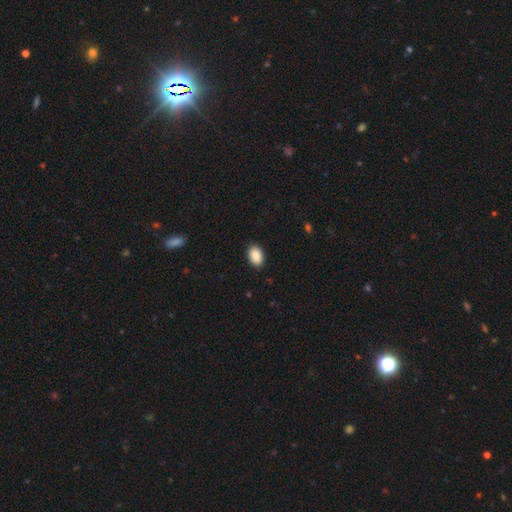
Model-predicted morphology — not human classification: This is clearly a smooth galaxy (91%). How rounded: clearly in between (86%). Merging: clearly none (89%).